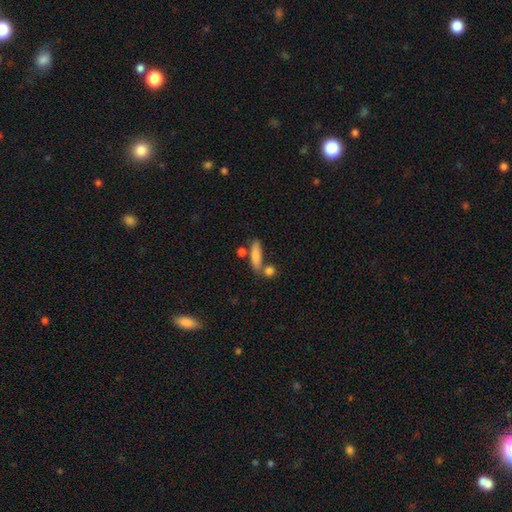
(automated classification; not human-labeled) Morphology: type=smooth (81%); roundness=cigar-shaped (59%); merging=none (63%).